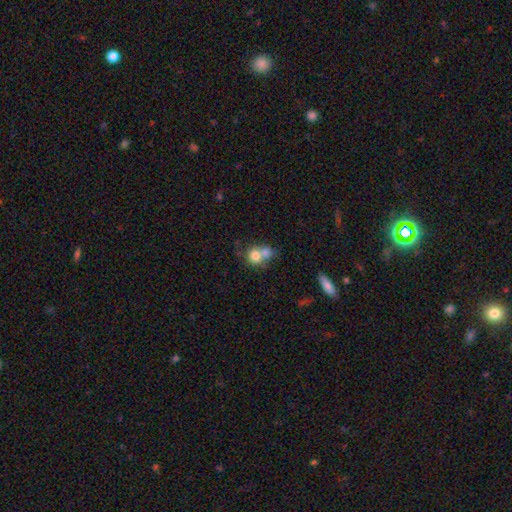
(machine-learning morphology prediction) Smooth or featured? smooth (74%)
How rounded? round (80%)
Merging? merger (59%)